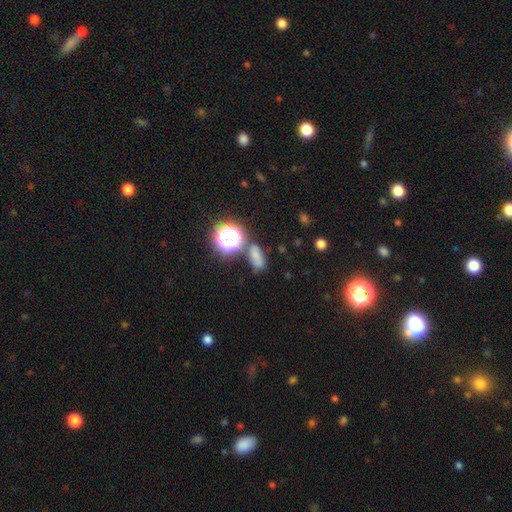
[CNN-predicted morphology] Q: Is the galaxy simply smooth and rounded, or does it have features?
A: smooth — 65%.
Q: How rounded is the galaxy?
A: in between — 67%.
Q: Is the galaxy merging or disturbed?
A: none — 61%.